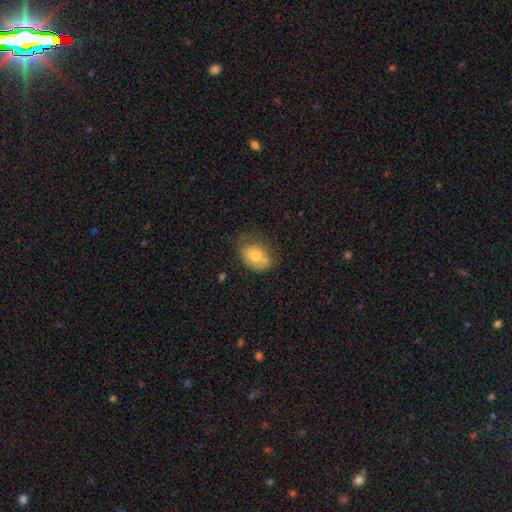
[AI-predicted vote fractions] This is likely a smooth galaxy (73%). How rounded: likely in between (72%). Merging: possibly none (52%).